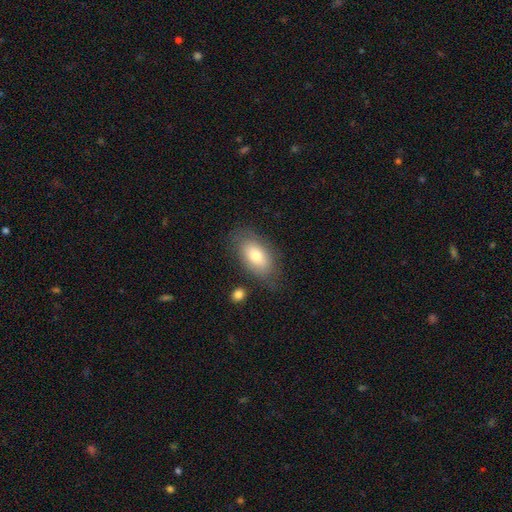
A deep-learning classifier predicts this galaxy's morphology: smooth-or-featured: smooth: 75% | featured or disk: 17% | star or artifact: 7%
  how-rounded: in between: 92% | round: 5% | cigar-shaped: 3%
  merging: none: 74% | minor disturbance: 17% | major disturbance: 6% | merger: 4%